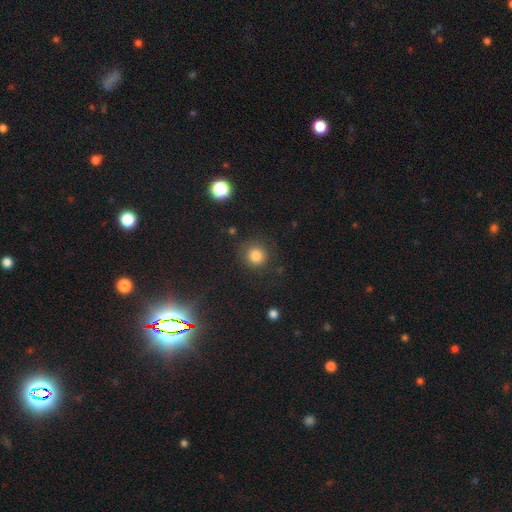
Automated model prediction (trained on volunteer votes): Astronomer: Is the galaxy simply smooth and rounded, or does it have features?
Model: smooth — 82%.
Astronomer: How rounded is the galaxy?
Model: round — 92%.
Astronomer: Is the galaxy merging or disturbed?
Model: none — 85%.